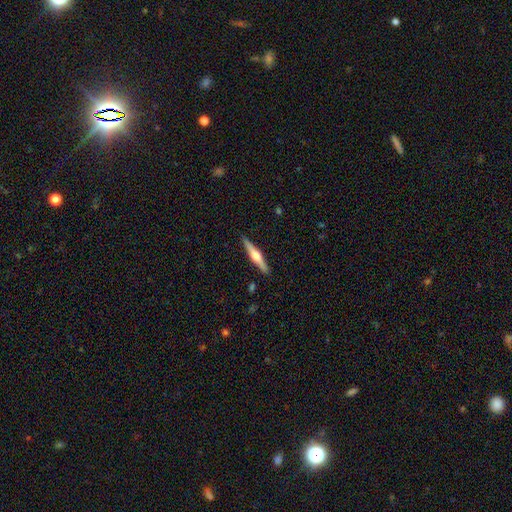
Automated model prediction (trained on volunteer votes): Smooth or featured?
  - featured or disk: 67% *
  - smooth: 28%
  - star or artifact: 5%
Edge-on disk?
  - yes: 98% *
  - no: 2%
Edge-on bulge?
  - rounded: 93% *
  - boxy: 4%
  - none: 3%
Merging?
  - none: 91% *
  - minor disturbance: 7%
  - major disturbance: 1%
  - merger: 1%